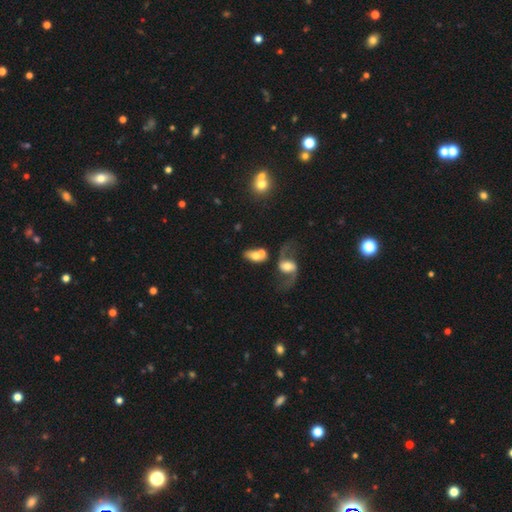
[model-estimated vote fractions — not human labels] Smooth or featured: smooth — 53% (featured or disk — 38%)
How rounded: in between — 80% (round — 16%)
Merging: merger — 45% (none — 32%)